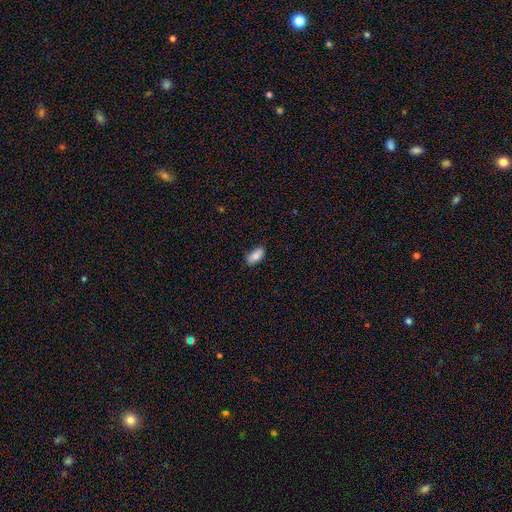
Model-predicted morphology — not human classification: type=smooth (85%); roundness=in between (90%); merging=none (80%).